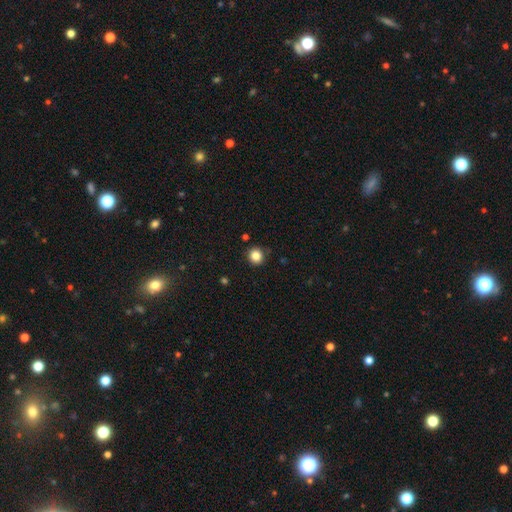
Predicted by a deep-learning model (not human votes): Smooth or featured? smooth (85%)
How rounded? round (90%)
Merging? none (89%)